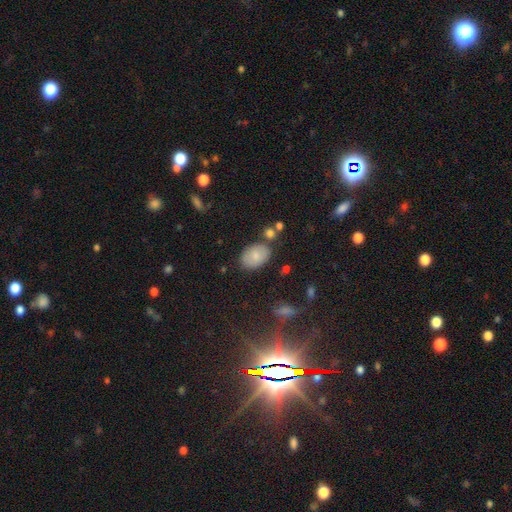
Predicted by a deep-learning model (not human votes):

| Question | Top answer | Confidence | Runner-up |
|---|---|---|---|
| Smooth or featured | smooth | 79% | featured or disk (13%) |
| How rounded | in between | 85% | round (13%) |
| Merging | none | 76% | minor disturbance (15%) |